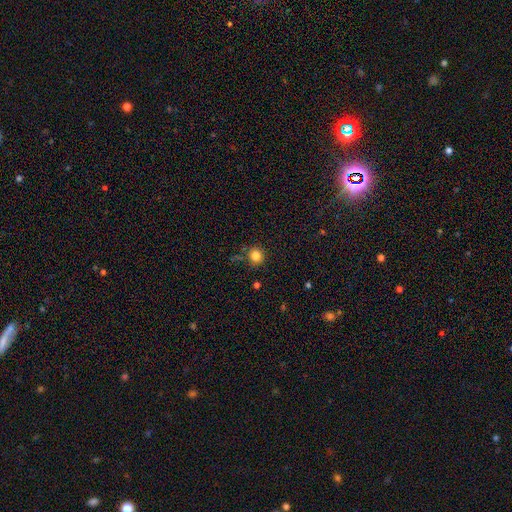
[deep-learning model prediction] Overall: smooth (83%). How rounded: round (91%). Merging: none (80%).